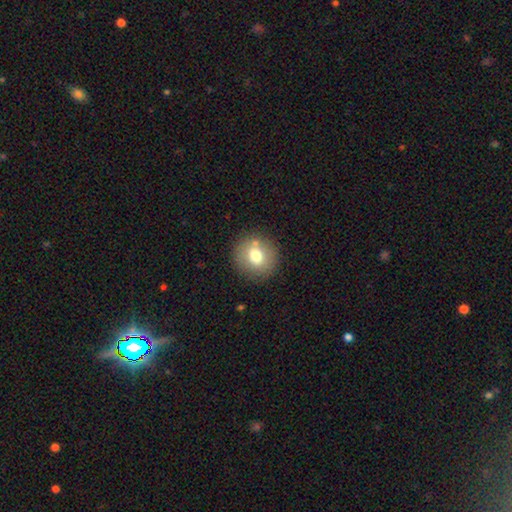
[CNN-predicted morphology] Smooth or featured?
  - smooth: 73% *
  - featured or disk: 17%
  - star or artifact: 10%
How rounded?
  - round: 87% *
  - in between: 12%
  - cigar-shaped: 1%
Merging?
  - none: 83% *
  - minor disturbance: 9%
  - merger: 4%
  - major disturbance: 3%